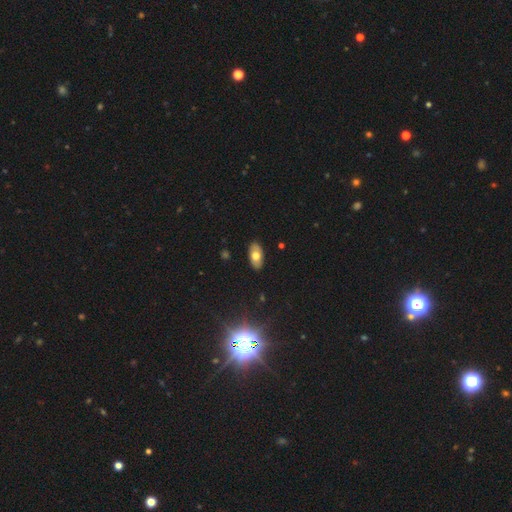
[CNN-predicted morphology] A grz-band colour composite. It shows a smooth galaxy with no disk features (67%) that is in between round and cigar-shaped (93%). Merging: none (88%).